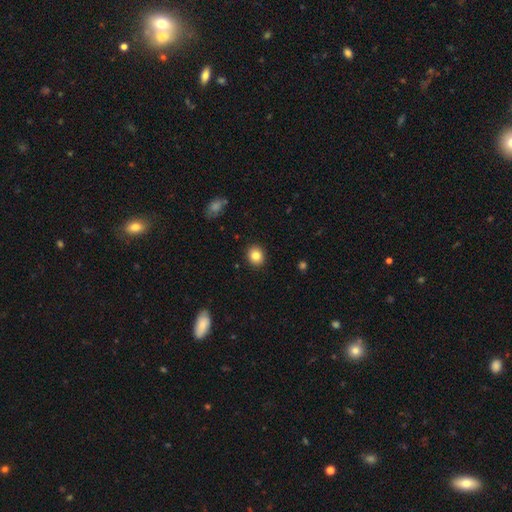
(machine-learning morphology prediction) smooth 84%, star or artifact 10%, featured or disk 7%. Down the decision tree: how rounded — round (71%); merging — none (91%).